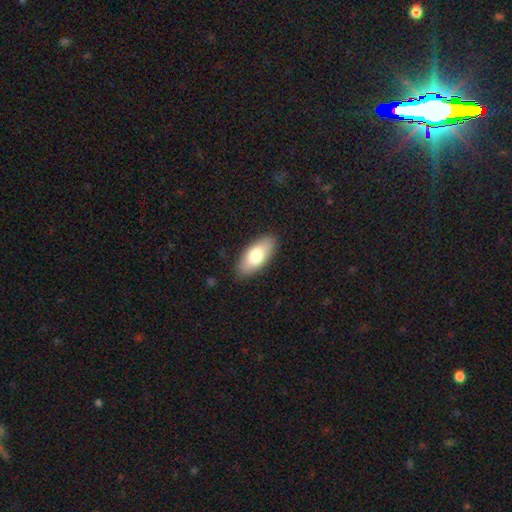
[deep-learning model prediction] This is likely a smooth galaxy (78%). How rounded: clearly in between (88%). Merging: clearly none (87%).